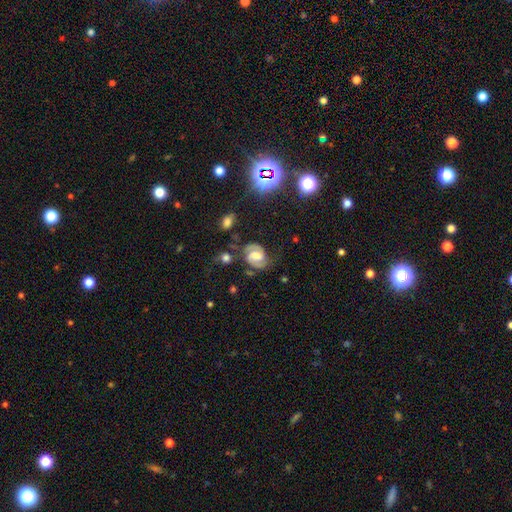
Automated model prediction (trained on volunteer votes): This is likely a featured or disk galaxy (80%). It is clearly not viewed edge-on (98%). Bar: possibly weak (47%). Spiral arm pattern: clearly yes (96%). Spiral arm count: clearly 2 (91%). Spiral winding: possibly medium (52%). Central bulge: marginally moderate (45%). Merging: likely none (70%).